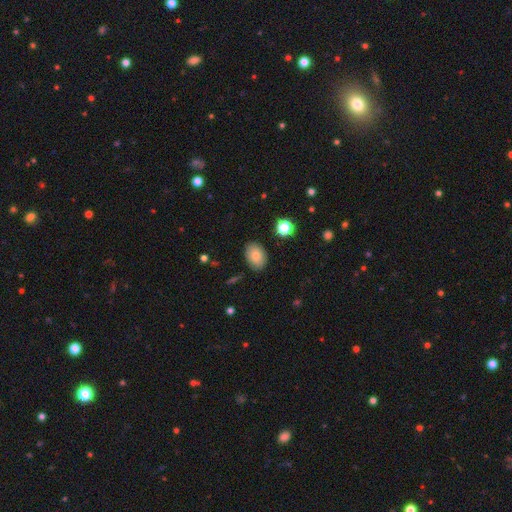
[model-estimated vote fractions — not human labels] A smooth galaxy with no disk features (78%) that is in between round and cigar-shaped (80%).

Vote fractions:
- Smooth or featured? smooth: 78% / featured or disk: 13% / star or artifact: 9%
- How rounded? in between: 80% / round: 19% / cigar-shaped: 1%
- Merging? none: 85% / minor disturbance: 11% / major disturbance: 3% / merger: 2%